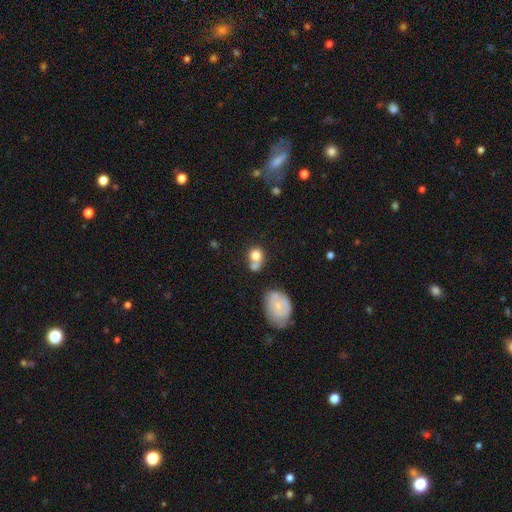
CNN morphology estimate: A smooth galaxy with no disk features (76%) that is round (71%).

Vote fractions:
- Smooth or featured? smooth: 76% / featured or disk: 15% / star or artifact: 10%
- How rounded? round: 71% / in between: 28% / cigar-shaped: 1%
- Merging? merger: 44% / none: 34% / minor disturbance: 13% / major disturbance: 8%